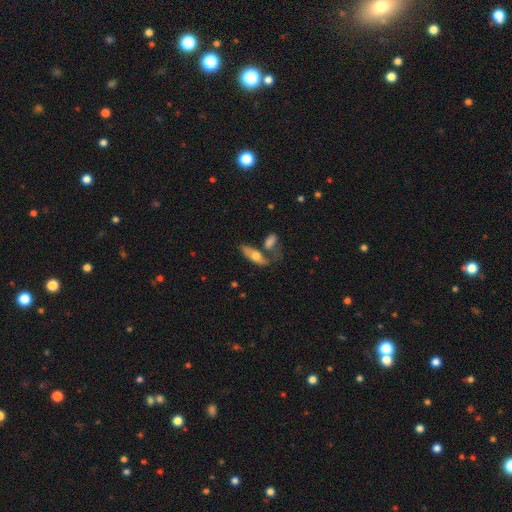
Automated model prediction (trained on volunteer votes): Morphology: type=smooth (58%); roundness=in between (65%); merging=none (43%).